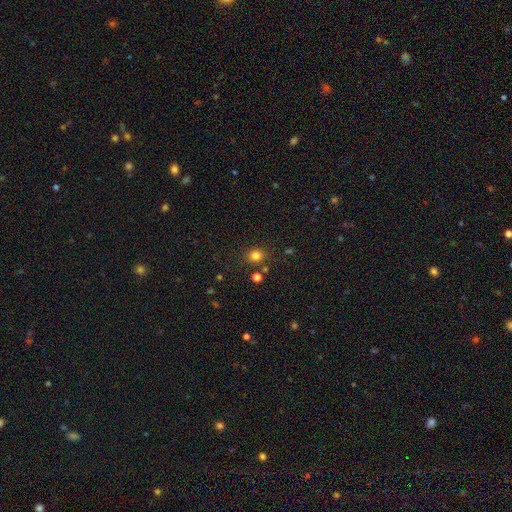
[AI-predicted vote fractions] Overall: smooth (80%). How rounded: round (74%). Merging: none (80%).